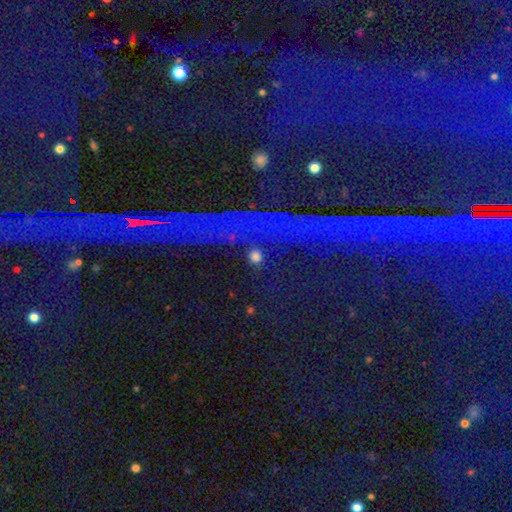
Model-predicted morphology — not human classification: This is likely a smooth galaxy (63%). How rounded: clearly round (87%). Merging: likely none (78%).